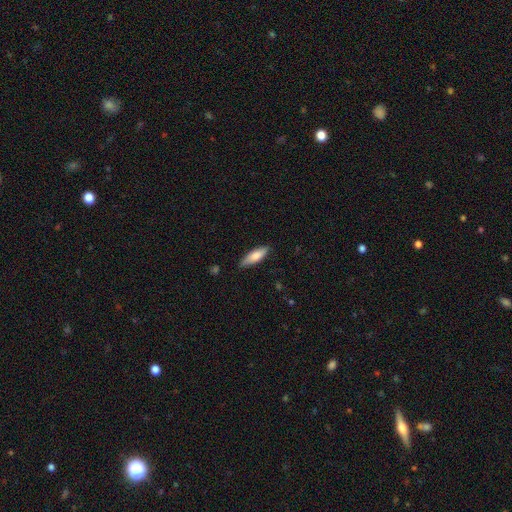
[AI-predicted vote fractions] Overall: smooth (76%). How rounded: in between (50%; cigar-shaped 48%). Merging: none (81%).